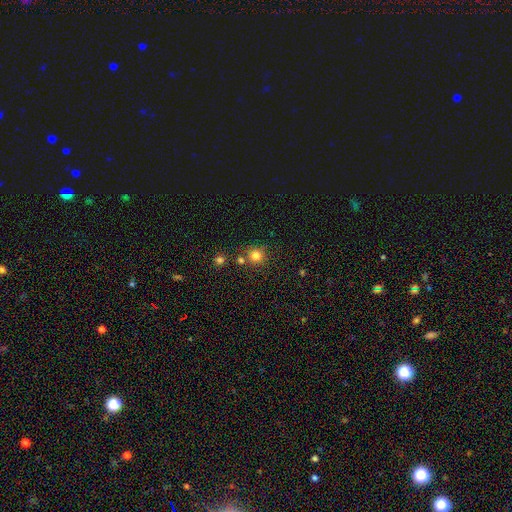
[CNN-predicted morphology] Smooth or featured? Predicted: smooth (p=0.79). How rounded? Predicted: round (p=0.92). Merging? Predicted: none (p=0.73).